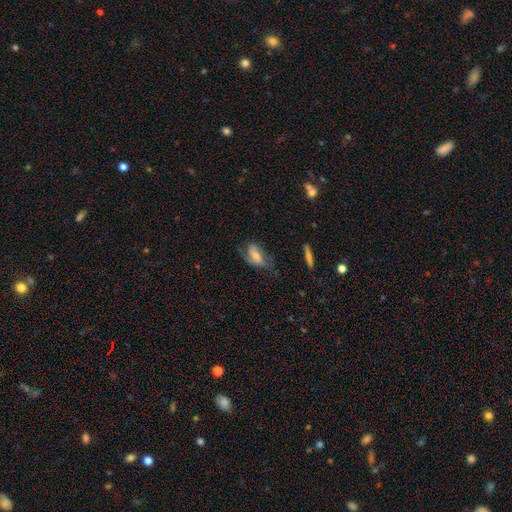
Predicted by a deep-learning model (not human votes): This appears to be a featured or disk galaxy (58%) with a weak bar (39%), spiral arms (85%) and a moderate central bulge (45%). Merging: none (49%).